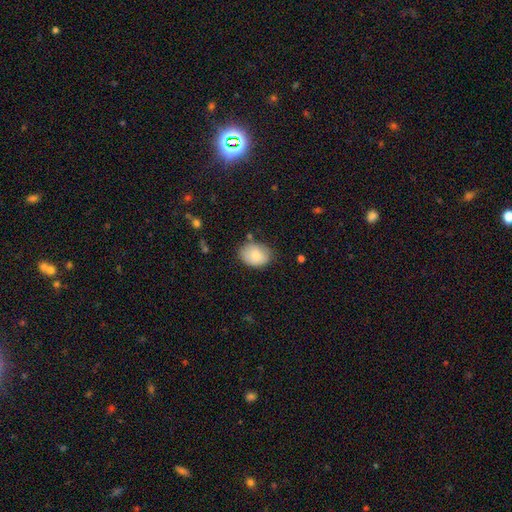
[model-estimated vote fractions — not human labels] A smooth galaxy with no disk features (80%) that is in between round and cigar-shaped (68%). Merging: none (72%).